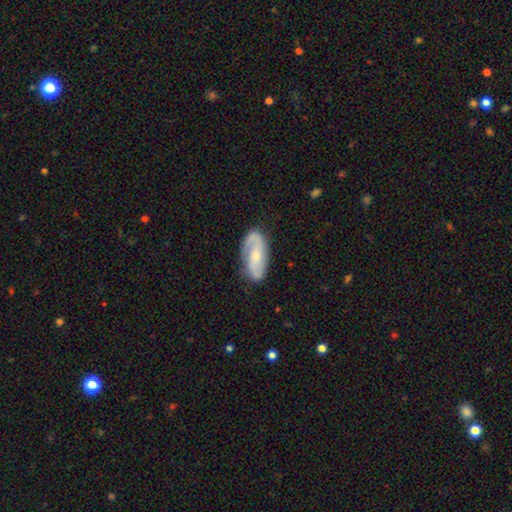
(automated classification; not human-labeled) Morphology: type=featured or disk (73%); edge-on=no (94%); bar=no (48%); spiral arms=yes (93%); winding=medium (44%); arm count=2 (84%); bulge=small (45%); merging=none (78%).